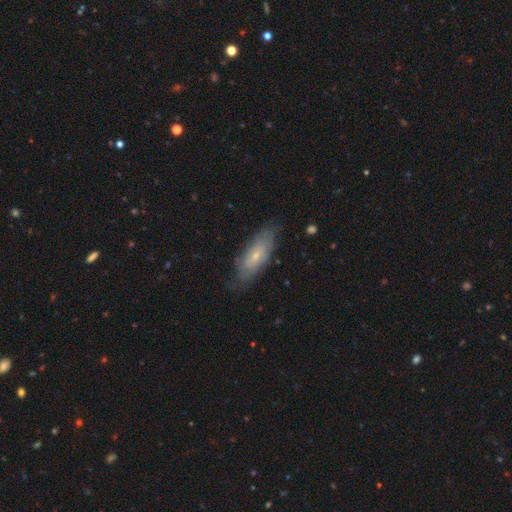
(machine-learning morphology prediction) Smooth or featured? smooth (49%)
Merging? none (73%)